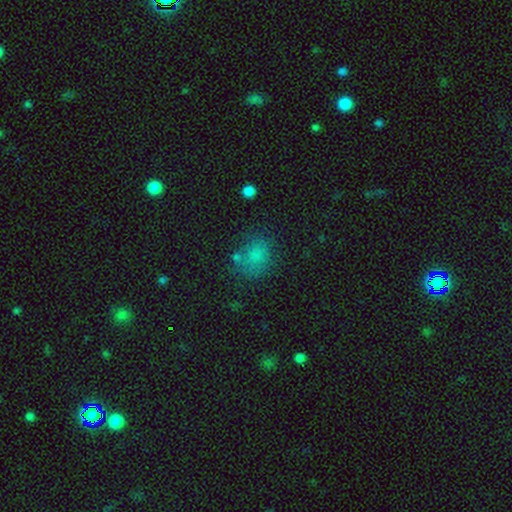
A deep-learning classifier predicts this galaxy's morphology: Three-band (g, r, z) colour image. It shows a smooth galaxy with no disk features (74%) that is round (57%). Merging: none (62%).